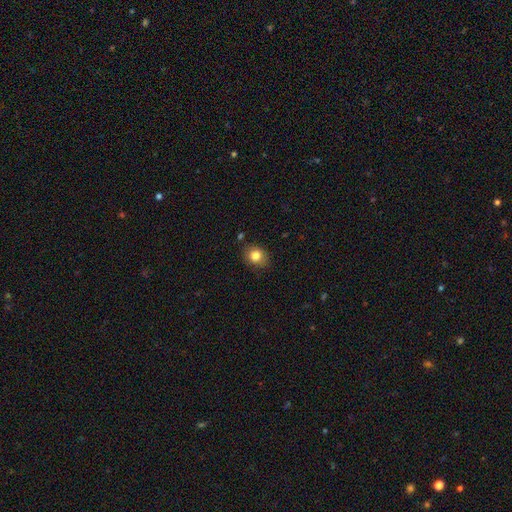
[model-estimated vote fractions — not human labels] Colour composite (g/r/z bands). It shows a smooth galaxy with no disk features (82%) that is round (62%). Merging: none (83%).